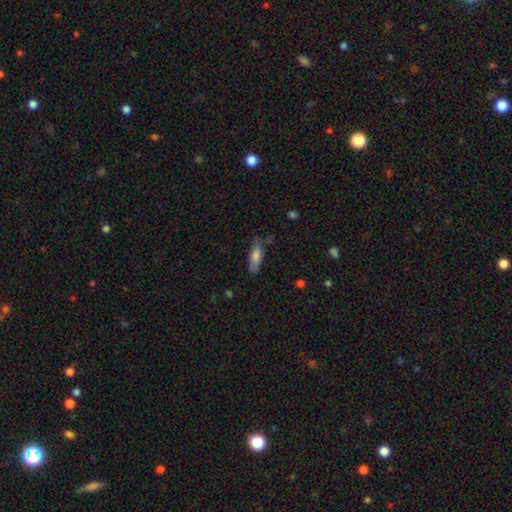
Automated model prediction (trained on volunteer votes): smooth-or-featured: smooth: 75% | featured or disk: 19% | star or artifact: 7%
  how-rounded: cigar-shaped: 50% | in between: 48% | round: 2%
  merging: none: 74% | minor disturbance: 19% | major disturbance: 4% | merger: 2%